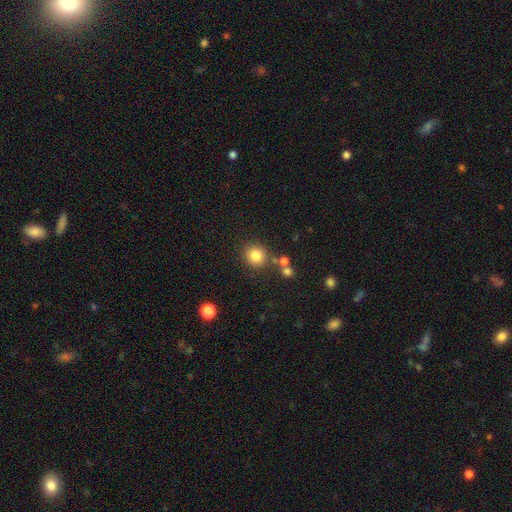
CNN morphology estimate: A smooth galaxy with no disk features (83%) that is round (89%). Merging: none (79%).